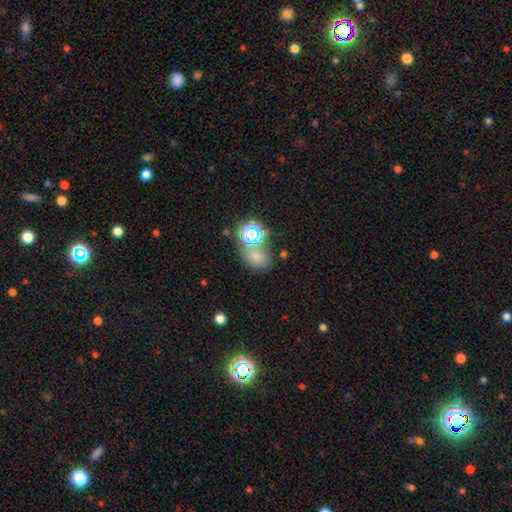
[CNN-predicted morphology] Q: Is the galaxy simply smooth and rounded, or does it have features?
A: smooth — 62%.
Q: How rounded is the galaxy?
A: in between — 54%.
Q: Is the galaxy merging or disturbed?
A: none — 57%.